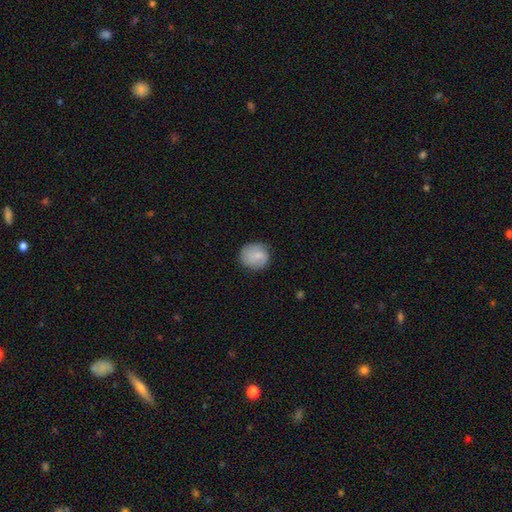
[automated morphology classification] A smooth galaxy with no disk features (75%) that is round (85%).

Vote fractions:
- Smooth or featured? smooth: 75% / featured or disk: 18% / star or artifact: 7%
- How rounded? round: 85% / in between: 14% / cigar-shaped: 1%
- Merging? none: 78% / minor disturbance: 17% / major disturbance: 4% / merger: 1%